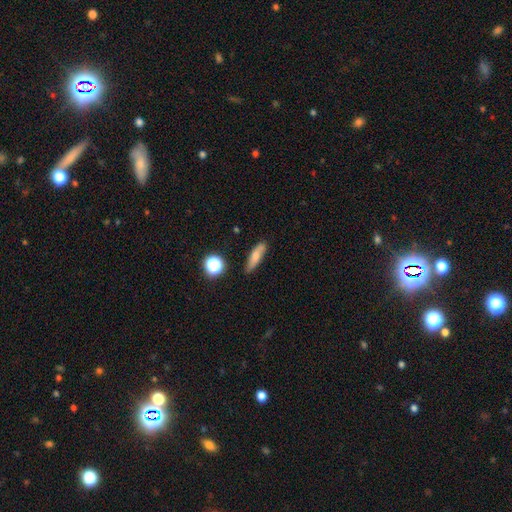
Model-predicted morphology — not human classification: Q: Smooth or featured?
A: smooth (70%); runner-up: featured or disk (20%)
Q: How rounded?
A: cigar-shaped (58%); runner-up: in between (37%)
Q: Merging?
A: none (79%); runner-up: minor disturbance (16%)